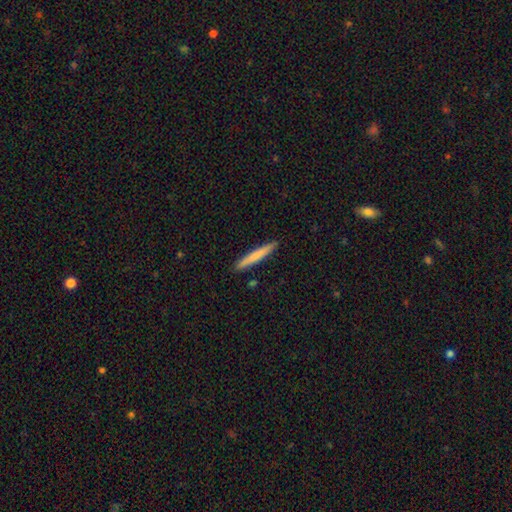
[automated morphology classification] A smooth galaxy with no disk features (73%) that is cigar-shaped (96%).

Vote fractions:
- Smooth or featured? smooth: 73% / featured or disk: 22% / star or artifact: 5%
- How rounded? cigar-shaped: 96% / in between: 3% / round: 1%
- Merging? none: 91% / minor disturbance: 6% / major disturbance: 1% / merger: 1%